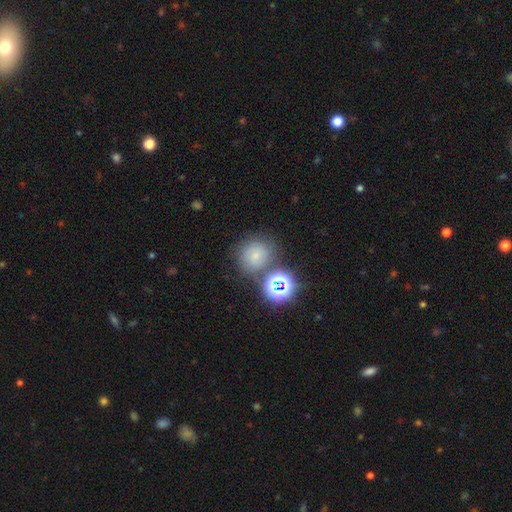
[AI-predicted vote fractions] This appears to be a smooth galaxy with no disk features (59%) that is round (85%). Merging: none (65%).